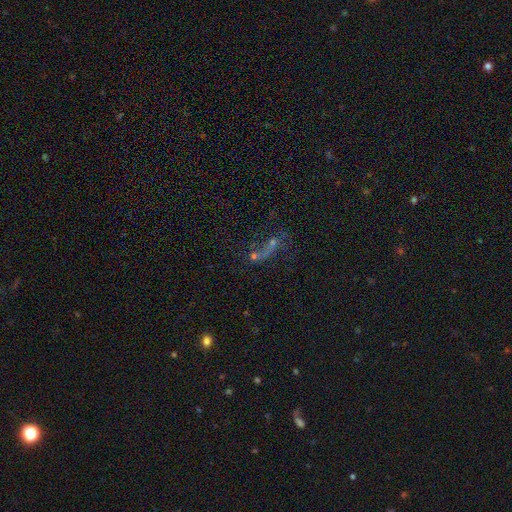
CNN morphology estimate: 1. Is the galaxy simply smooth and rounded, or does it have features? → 39% featured or disk, 32% star or artifact, 28% smooth.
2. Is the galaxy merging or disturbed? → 37% none, 25% merger, 25% major disturbance, 12% minor disturbance.